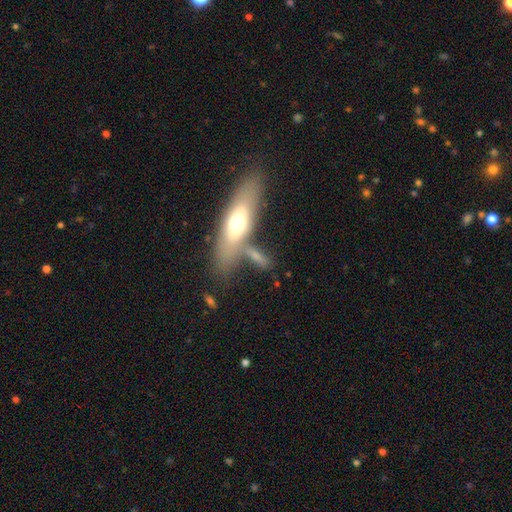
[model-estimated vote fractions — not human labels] A smooth galaxy with no disk features (54%) that is cigar-shaped (49%). Merging: none (54%).